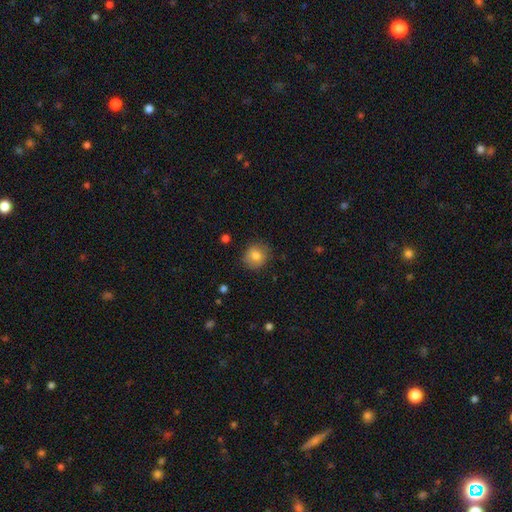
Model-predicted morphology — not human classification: The model was most divided on "how rounded": round: 83%, in between: 16%, cigar-shaped: 1%. More confident: merging — none (83%); smooth or featured — smooth (80%).